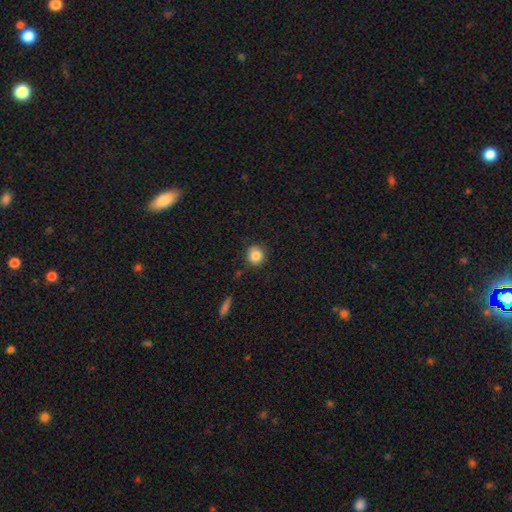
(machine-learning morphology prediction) A smooth galaxy with no disk features (85%) that is round (90%). Merging: none (85%).